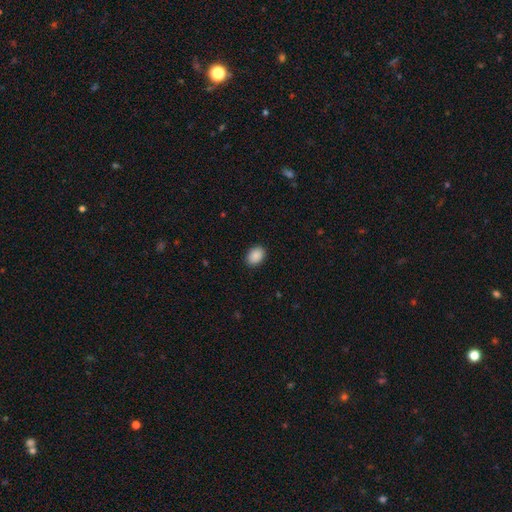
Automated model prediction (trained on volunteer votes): Q: Smooth or featured?
A: smooth (90%); runner-up: star or artifact (7%)
Q: How rounded?
A: in between (77%); runner-up: round (22%)
Q: Merging?
A: none (90%); runner-up: minor disturbance (8%)